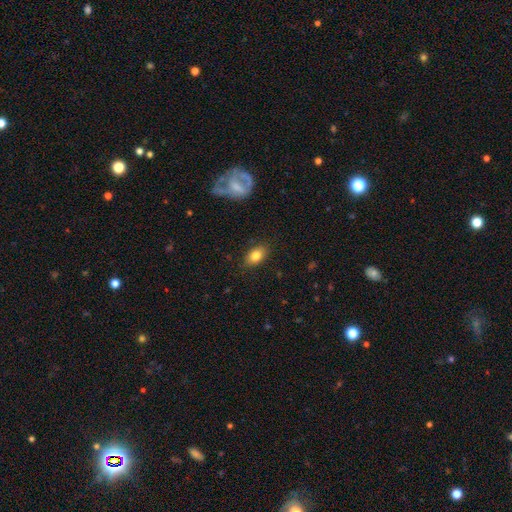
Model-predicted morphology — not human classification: Smooth or featured?
  - smooth: 81% *
  - featured or disk: 11%
  - star or artifact: 8%
How rounded?
  - in between: 85% *
  - round: 12%
  - cigar-shaped: 3%
Merging?
  - none: 85% *
  - minor disturbance: 11%
  - major disturbance: 3%
  - merger: 1%